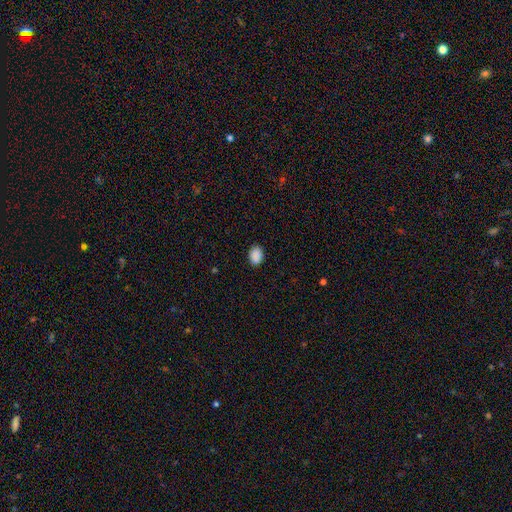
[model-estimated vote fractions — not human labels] Smooth or featured: smooth — 90% (star or artifact — 8%)
How rounded: in between — 78% (round — 21%)
Merging: none — 88% (minor disturbance — 9%)